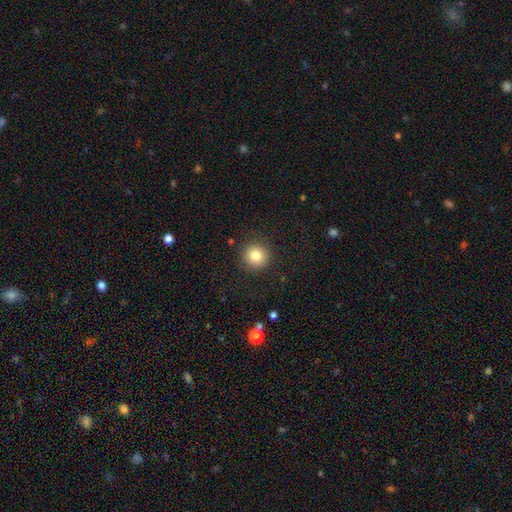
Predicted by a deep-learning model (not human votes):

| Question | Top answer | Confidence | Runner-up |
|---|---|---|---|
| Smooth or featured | smooth | 82% | star or artifact (11%) |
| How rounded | round | 95% | in between (4%) |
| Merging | none | 91% | minor disturbance (6%) |